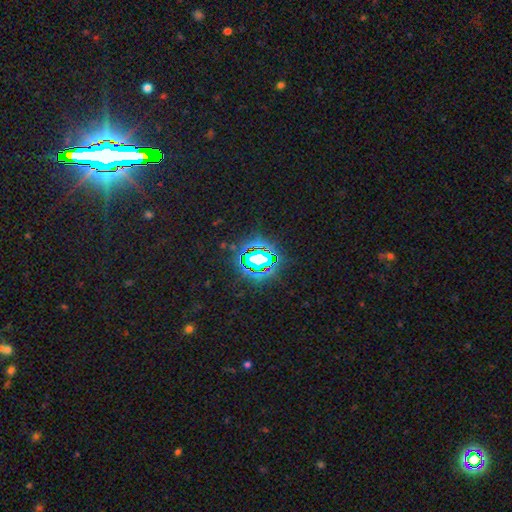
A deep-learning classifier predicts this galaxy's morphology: The model was most divided on "smooth or featured": star or artifact: 84%, smooth: 9%, featured or disk: 7%.